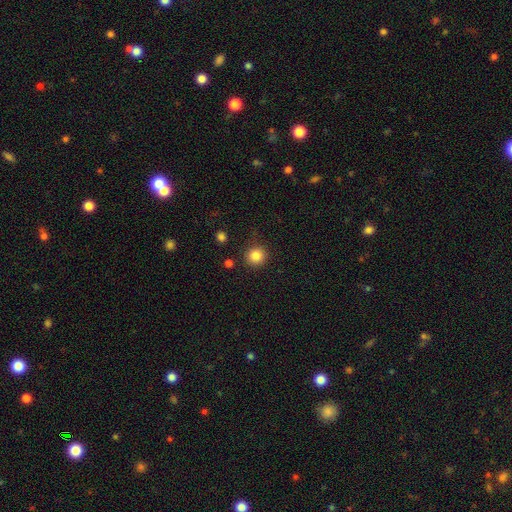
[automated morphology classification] smooth-or-featured: smooth: 85% | star or artifact: 11% | featured or disk: 4%
  how-rounded: round: 92% | in between: 7% | cigar-shaped: 1%
  merging: none: 87% | minor disturbance: 8% | major disturbance: 3% | merger: 2%